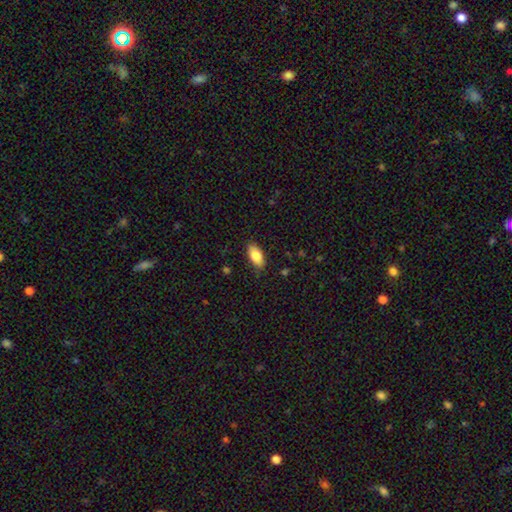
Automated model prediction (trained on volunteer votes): Overall: smooth (83%). How rounded: in between (89%). Merging: none (84%).